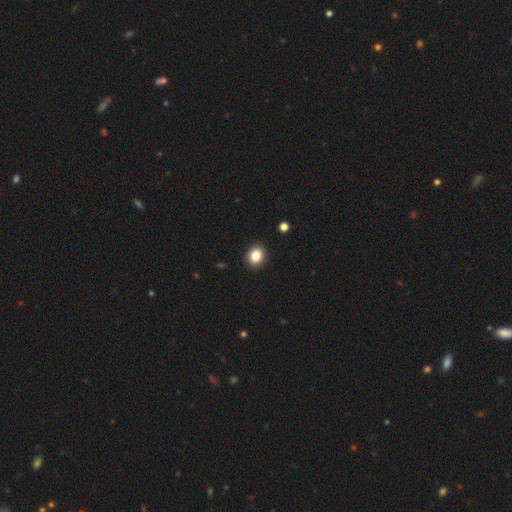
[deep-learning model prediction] smooth 86%, star or artifact 10%, featured or disk 4%. Down the decision tree: how rounded — round (56%); merging — none (91%).